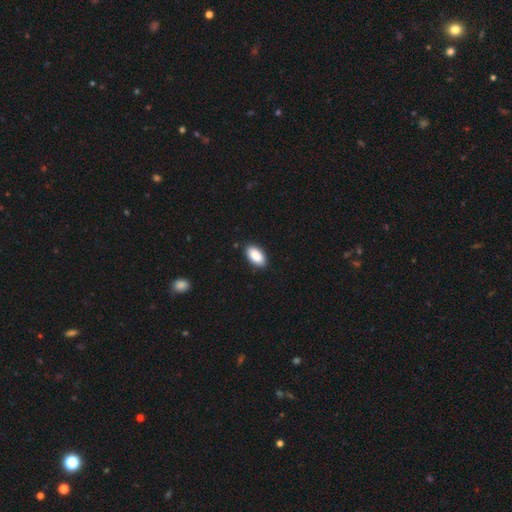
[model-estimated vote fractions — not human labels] Smooth or featured?
  - smooth: 89% *
  - star or artifact: 6%
  - featured or disk: 4%
How rounded?
  - in between: 94% *
  - cigar-shaped: 3%
  - round: 3%
Merging?
  - none: 89% *
  - minor disturbance: 9%
  - major disturbance: 2%
  - merger: 1%